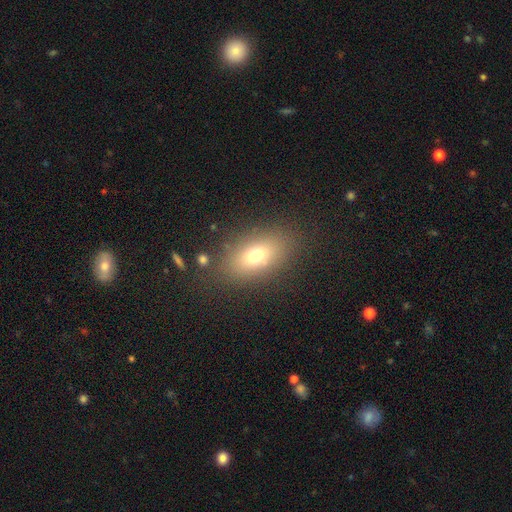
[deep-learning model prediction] This is likely a smooth galaxy (71%). How rounded: clearly in between (83%). Merging: clearly none (81%).